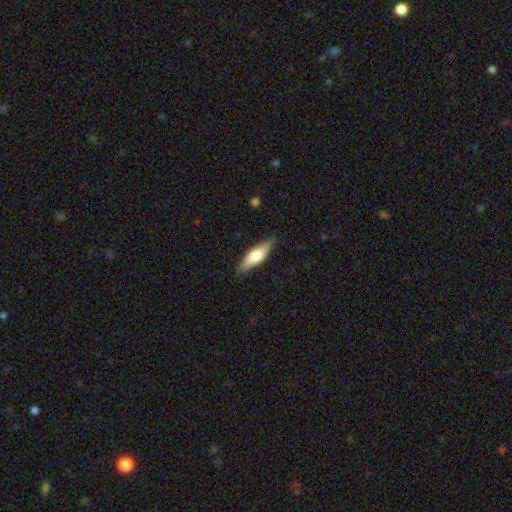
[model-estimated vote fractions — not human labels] Smooth or featured: smooth — 65% (featured or disk — 29%)
How rounded: in between — 52% (cigar-shaped — 46%)
Merging: none — 84% (minor disturbance — 13%)